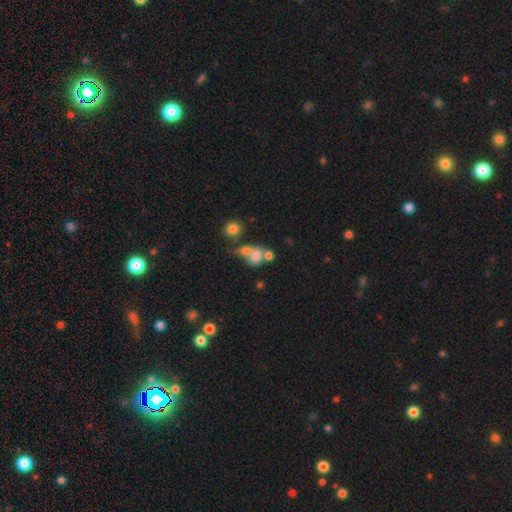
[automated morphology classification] smooth-or-featured: smooth: 64% | featured or disk: 22% | star or artifact: 15%
  how-rounded: in between: 53% | round: 45% | cigar-shaped: 2%
  merging: merger: 56% | none: 24% | major disturbance: 11% | minor disturbance: 10%